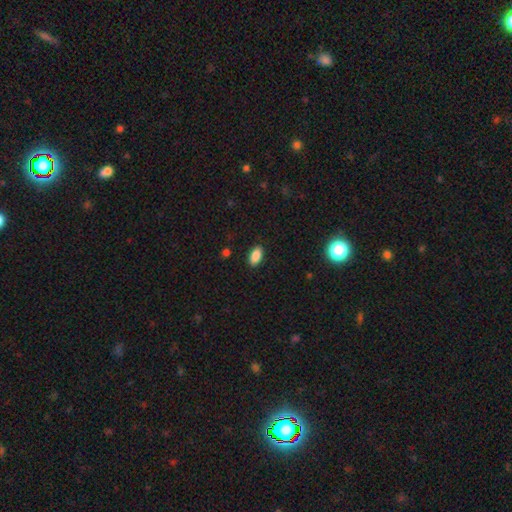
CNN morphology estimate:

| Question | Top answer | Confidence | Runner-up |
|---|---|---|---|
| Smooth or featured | smooth | 87% | star or artifact (9%) |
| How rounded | in between | 93% | cigar-shaped (4%) |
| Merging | none | 89% | minor disturbance (8%) |